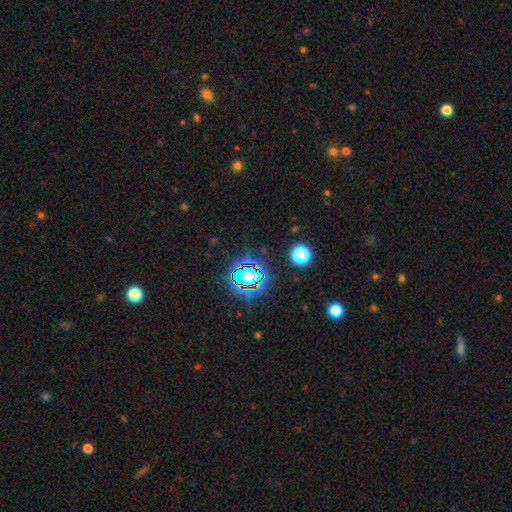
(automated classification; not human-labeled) This appears to be a star or artifact, not a galaxy (78%).